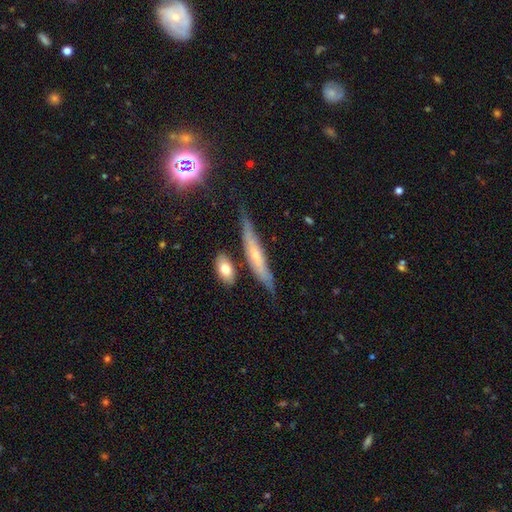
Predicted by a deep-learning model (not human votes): Morphology: type=featured or disk (51%); edge-on=yes (80%); merging=none (68%).